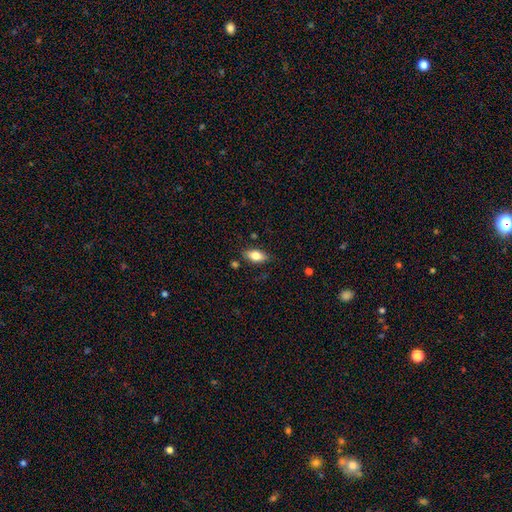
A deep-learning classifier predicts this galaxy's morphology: smooth-or-featured: smooth: 79% | featured or disk: 14% | star or artifact: 7%
  how-rounded: in between: 89% | cigar-shaped: 7% | round: 5%
  merging: none: 79% | minor disturbance: 15% | major disturbance: 3% | merger: 3%